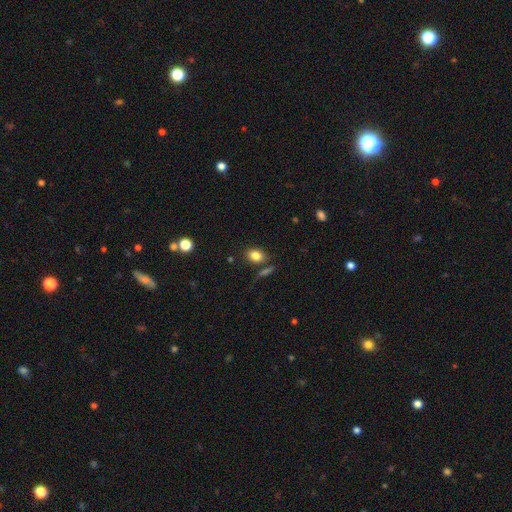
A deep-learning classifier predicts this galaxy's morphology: Smooth or featured? smooth (82%)
How rounded? in between (73%)
Merging? none (75%)